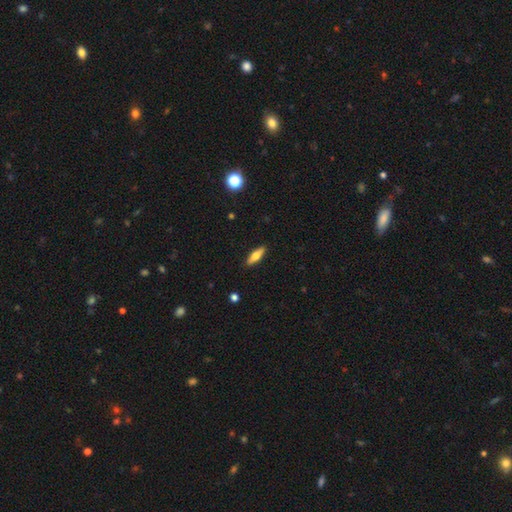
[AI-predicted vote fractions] Smooth or featured? Predicted: smooth (p=0.57). How rounded? Predicted: cigar-shaped (p=0.55). Merging? Predicted: none (p=0.90).